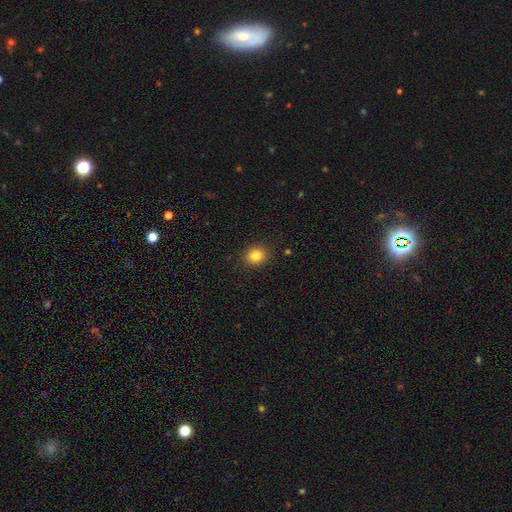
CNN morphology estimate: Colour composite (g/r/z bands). It shows a smooth galaxy with no disk features (83%) that is round (77%). Merging: none (90%).